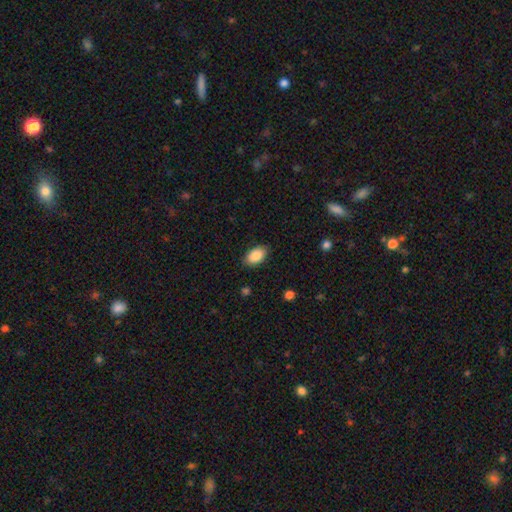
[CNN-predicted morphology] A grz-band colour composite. It shows a smooth galaxy with no disk features (88%) that is in between round and cigar-shaped (92%). Merging: none (86%).